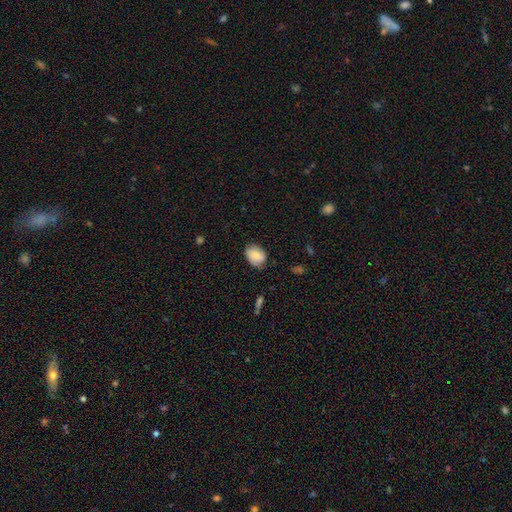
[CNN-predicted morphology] Smooth or featured? smooth (72%)
How rounded? in between (71%)
Merging? none (69%)